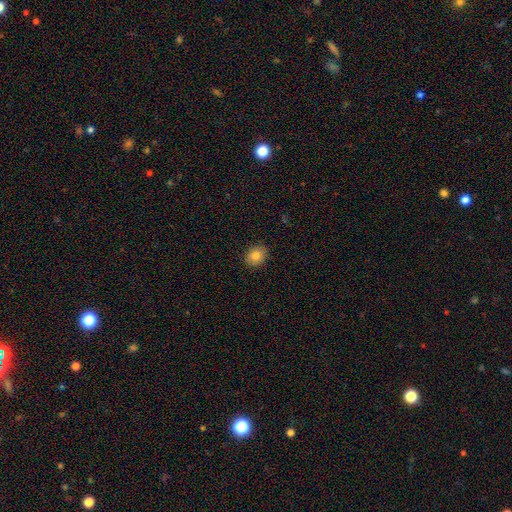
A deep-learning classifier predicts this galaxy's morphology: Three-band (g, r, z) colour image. It shows a smooth galaxy with no disk features (83%) that is round (51%). Merging: none (88%).